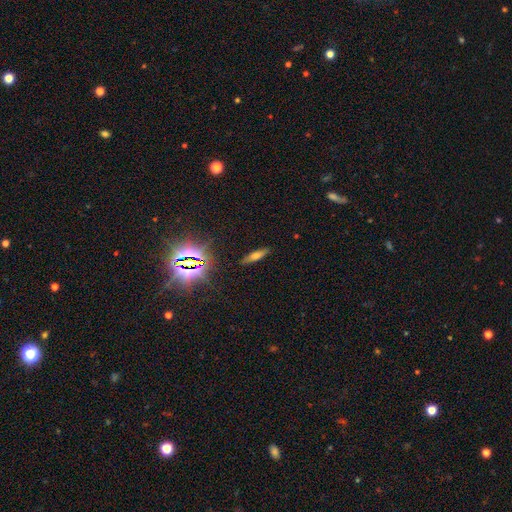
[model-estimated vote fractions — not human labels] Smooth or featured? smooth (50%)
Merging? none (87%)